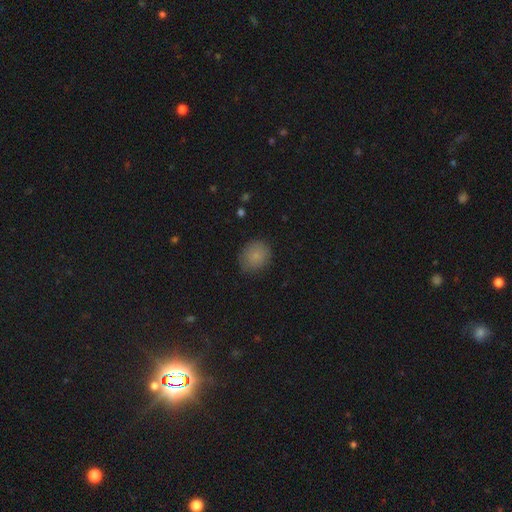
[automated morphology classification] A smooth galaxy with no disk features (81%) that is round (75%).

Vote fractions:
- Smooth or featured? smooth: 81% / star or artifact: 10% / featured or disk: 9%
- How rounded? round: 75% / in between: 25% / cigar-shaped: 1%
- Merging? none: 80% / minor disturbance: 16% / major disturbance: 4% / merger: 1%